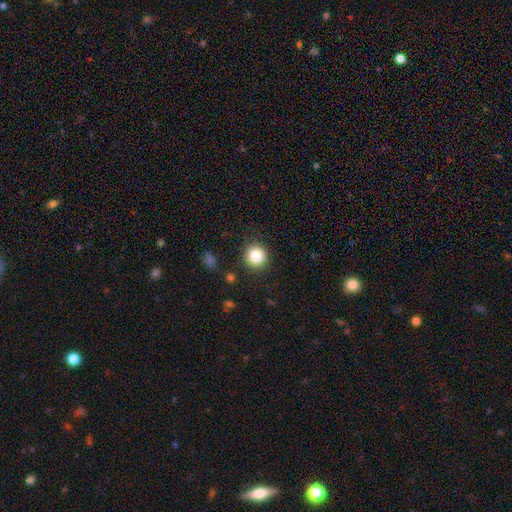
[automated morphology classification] smooth_or_featured: smooth (p=0.85) [alt: star or artifact p=0.10]
how_rounded: round (p=0.92) [alt: in between p=0.07]
merging: none (p=0.88) [alt: minor disturbance p=0.08]